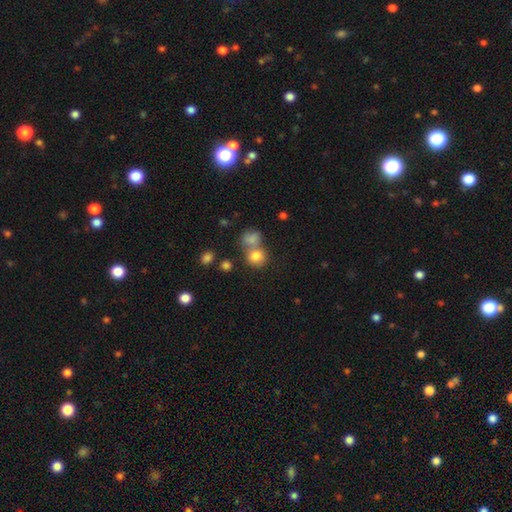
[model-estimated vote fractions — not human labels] Smooth or featured: smooth — 80% (star or artifact — 11%)
How rounded: round — 75% (in between — 24%)
Merging: merger — 44% (none — 43%)